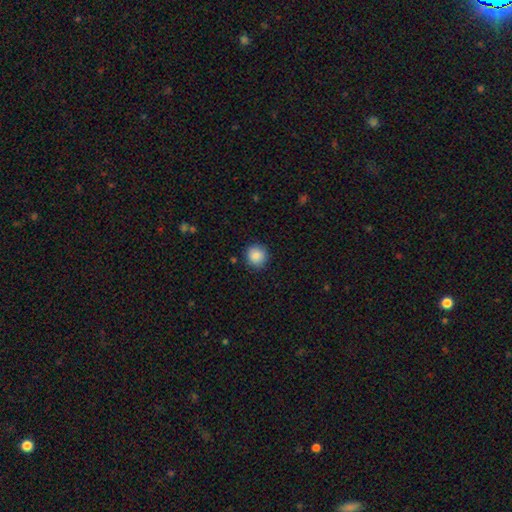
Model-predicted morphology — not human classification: The model was most divided on "smooth or featured": smooth: 86%, star or artifact: 8%, featured or disk: 5%. More confident: how rounded — round (91%); merging — none (88%).